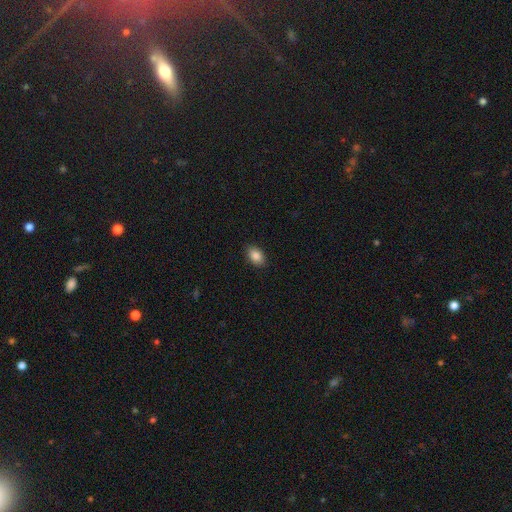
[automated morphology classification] smooth 87%, star or artifact 8%, featured or disk 5%. Down the decision tree: how rounded — in between (87%); merging — none (89%).